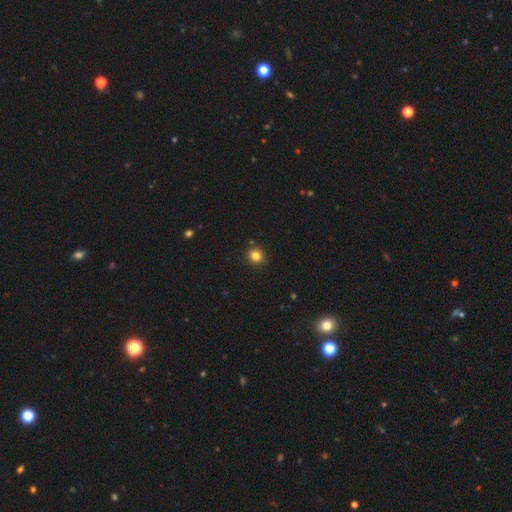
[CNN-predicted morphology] smooth-or-featured: smooth: 82% | star or artifact: 13% | featured or disk: 5%
  how-rounded: round: 93% | in between: 6% | cigar-shaped: 1%
  merging: none: 89% | minor disturbance: 7% | major disturbance: 2% | merger: 2%